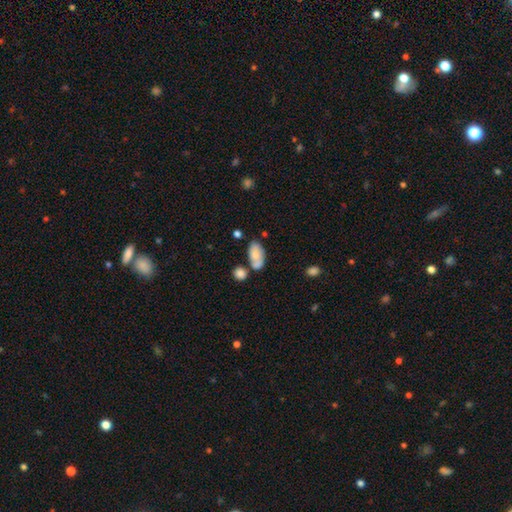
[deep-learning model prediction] Smooth or featured?
  - smooth: 72% *
  - featured or disk: 21%
  - star or artifact: 7%
How rounded?
  - in between: 93% *
  - round: 4%
  - cigar-shaped: 3%
Merging?
  - none: 48% *
  - merger: 28%
  - minor disturbance: 19%
  - major disturbance: 6%